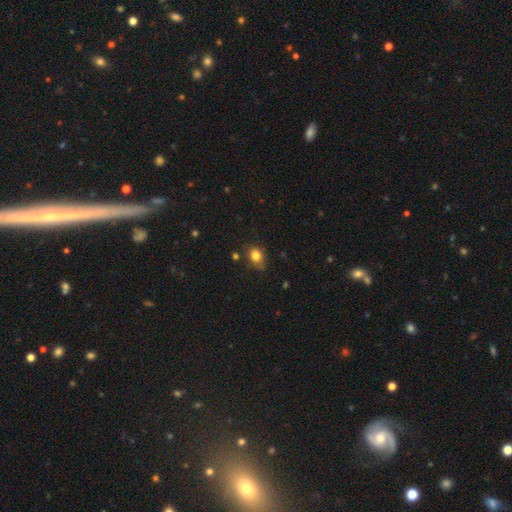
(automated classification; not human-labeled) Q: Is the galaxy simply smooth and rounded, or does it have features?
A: smooth — 81%.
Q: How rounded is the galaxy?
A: in between — 59%.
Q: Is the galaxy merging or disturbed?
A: none — 66%.